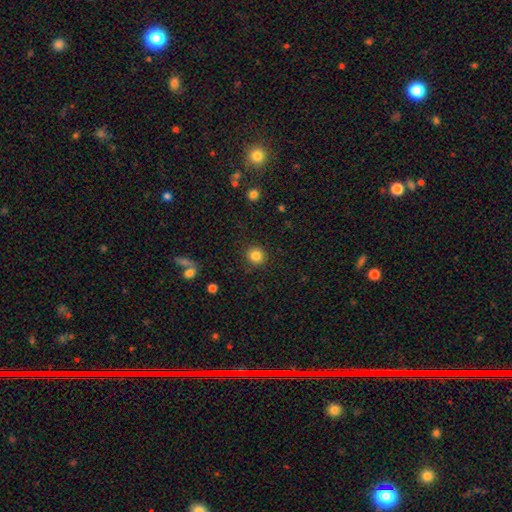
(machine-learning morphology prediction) Smooth or featured? Predicted: smooth (p=0.84). How rounded? Predicted: round (p=0.88). Merging? Predicted: none (p=0.89).